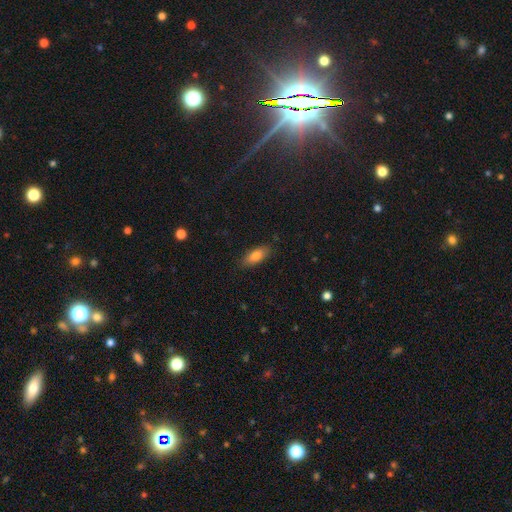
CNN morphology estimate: Overall: smooth (80%). How rounded: in between (76%). Merging: none (85%).